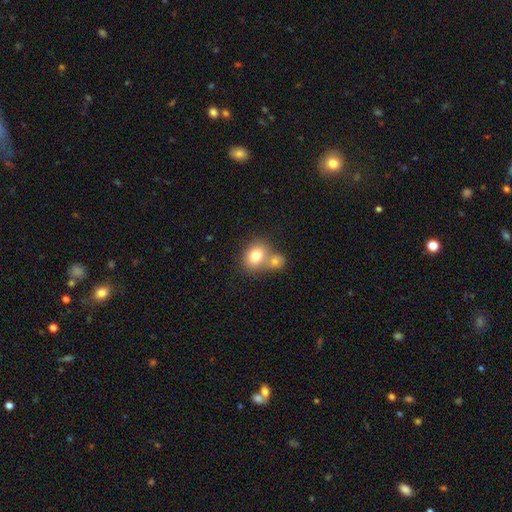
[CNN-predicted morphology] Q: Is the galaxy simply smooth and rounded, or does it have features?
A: smooth — 78%.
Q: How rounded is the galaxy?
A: round — 55%.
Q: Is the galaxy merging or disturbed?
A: merger — 48%.